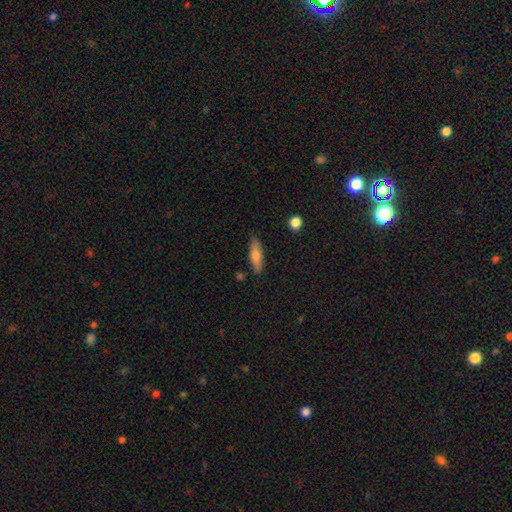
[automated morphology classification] A smooth galaxy with no disk features (69%) that is cigar-shaped (67%).

Vote fractions:
- Smooth or featured? smooth: 69% / featured or disk: 25% / star or artifact: 7%
- How rounded? cigar-shaped: 67% / in between: 31% / round: 2%
- Merging? none: 84% / minor disturbance: 12% / major disturbance: 2% / merger: 2%